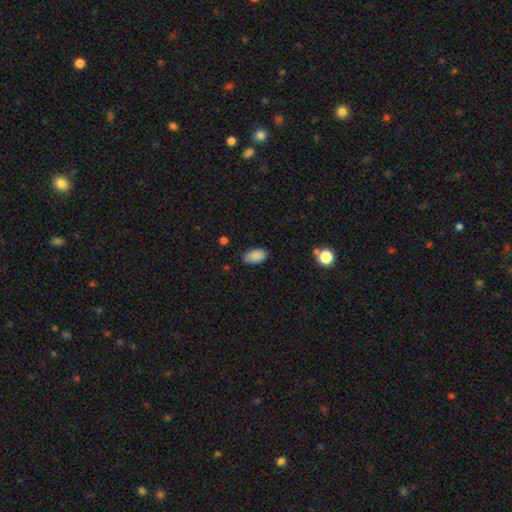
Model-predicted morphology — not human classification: The model was most divided on "merging": none: 79%, minor disturbance: 17%, major disturbance: 3%, merger: 1%. More confident: how rounded — in between (93%); smooth or featured — smooth (88%).